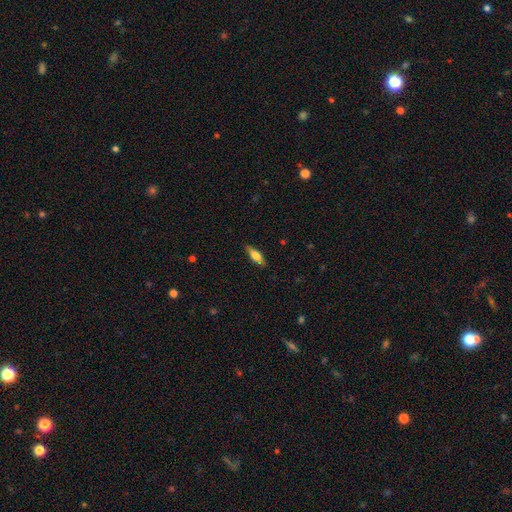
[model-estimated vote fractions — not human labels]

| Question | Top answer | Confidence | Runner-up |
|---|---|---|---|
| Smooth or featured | smooth | 61% | featured or disk (32%) |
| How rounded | in between | 54% | cigar-shaped (43%) |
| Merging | none | 85% | minor disturbance (11%) |